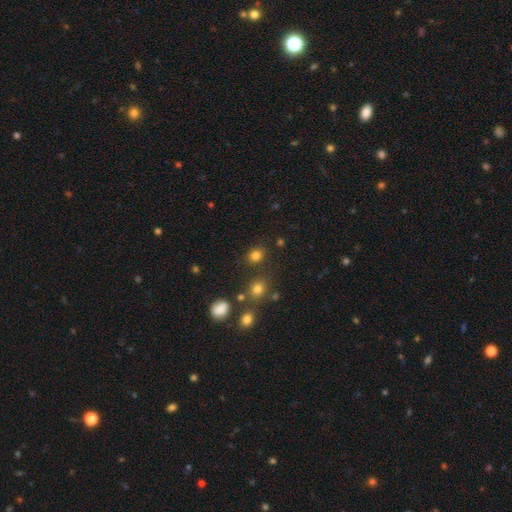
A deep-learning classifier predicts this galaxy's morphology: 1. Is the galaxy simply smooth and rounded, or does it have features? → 80% smooth, 15% star or artifact, 6% featured or disk.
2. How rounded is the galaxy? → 63% round, 36% in between, 1% cigar-shaped.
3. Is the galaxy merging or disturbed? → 80% none, 10% minor disturbance, 6% merger, 4% major disturbance.